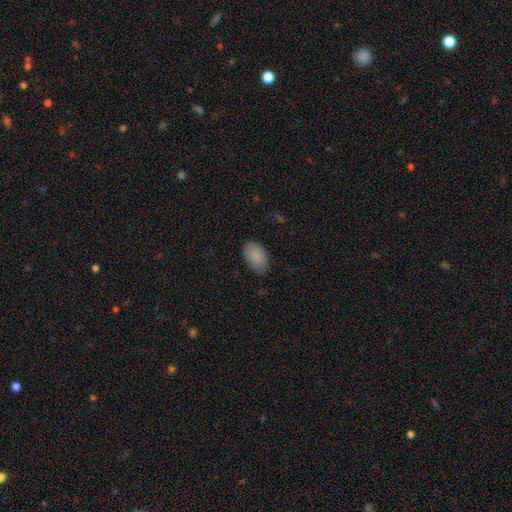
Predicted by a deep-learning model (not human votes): smooth 88%, star or artifact 7%, featured or disk 5%. Down the decision tree: how rounded — in between (93%); merging — none (74%).